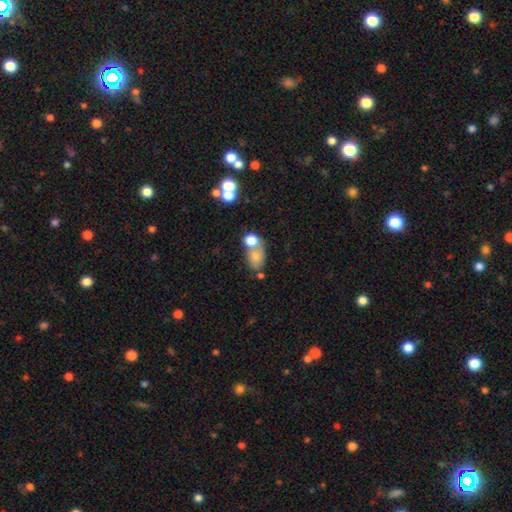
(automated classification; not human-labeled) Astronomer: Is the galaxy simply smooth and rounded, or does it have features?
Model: smooth — 71%.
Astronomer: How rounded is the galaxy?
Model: in between — 63%.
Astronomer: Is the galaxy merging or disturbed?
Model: merger — 51% (runner-up: none, 28%).